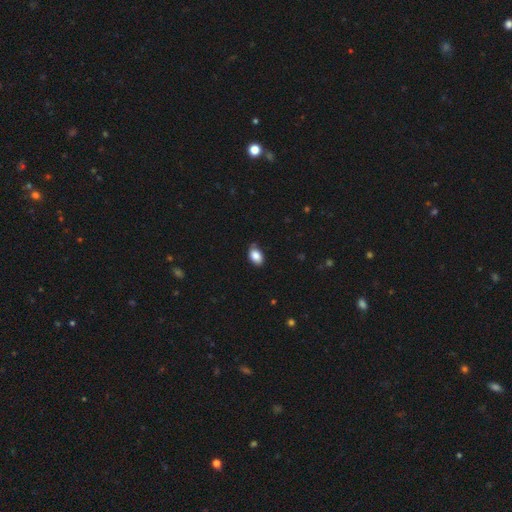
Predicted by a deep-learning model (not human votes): Overall: smooth (85%). How rounded: in between (88%). Merging: none (71%).